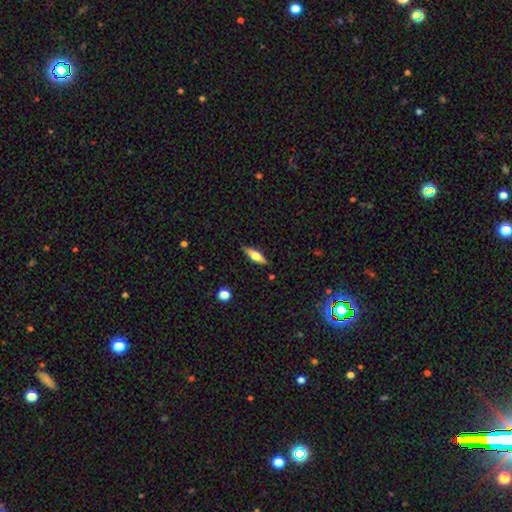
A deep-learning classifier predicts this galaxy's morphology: The model was most divided on "smooth or featured": smooth: 50%, featured or disk: 43%, star or artifact: 6%. More confident: merging — none (86%); how rounded — cigar-shaped (53%).